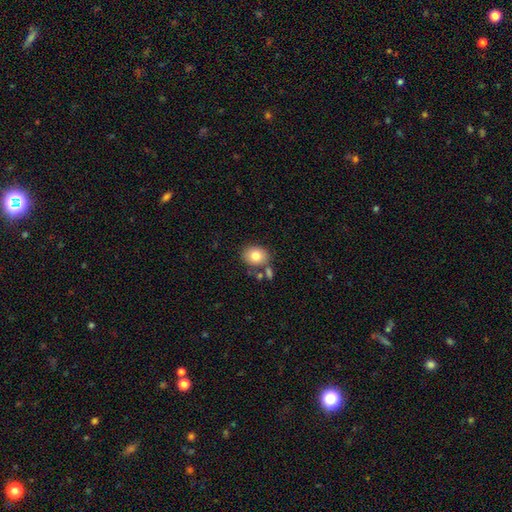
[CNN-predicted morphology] smooth-or-featured: smooth: 80% | featured or disk: 11% | star or artifact: 9%
  how-rounded: round: 55% | in between: 44% | cigar-shaped: 1%
  merging: none: 73% | minor disturbance: 12% | merger: 11% | major disturbance: 3%